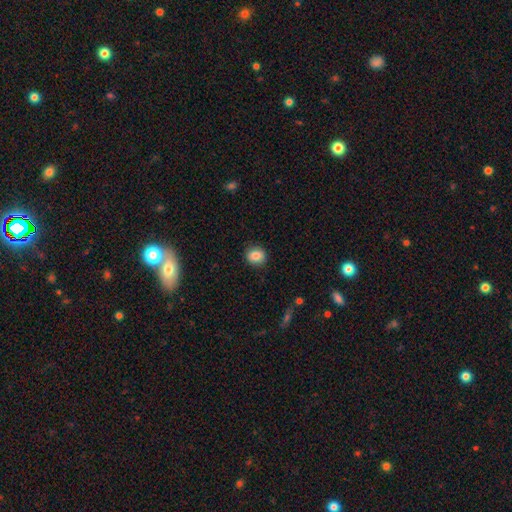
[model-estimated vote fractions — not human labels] smooth-or-featured: smooth: 84% | star or artifact: 9% | featured or disk: 6%
  how-rounded: round: 72% | in between: 27% | cigar-shaped: 1%
  merging: none: 88% | minor disturbance: 8% | major disturbance: 2% | merger: 1%